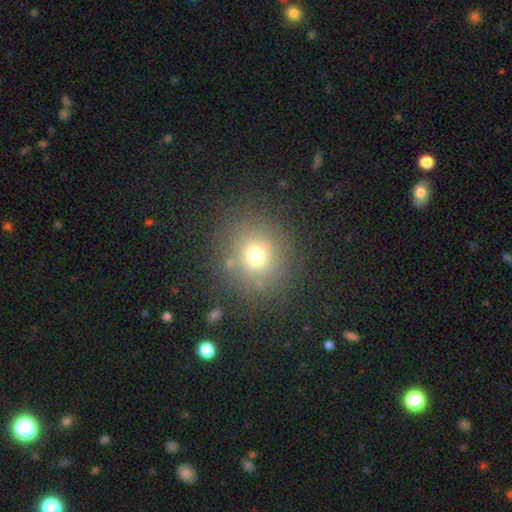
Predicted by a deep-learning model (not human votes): This is likely a smooth galaxy (69%). How rounded: clearly round (85%). Merging: clearly none (82%).